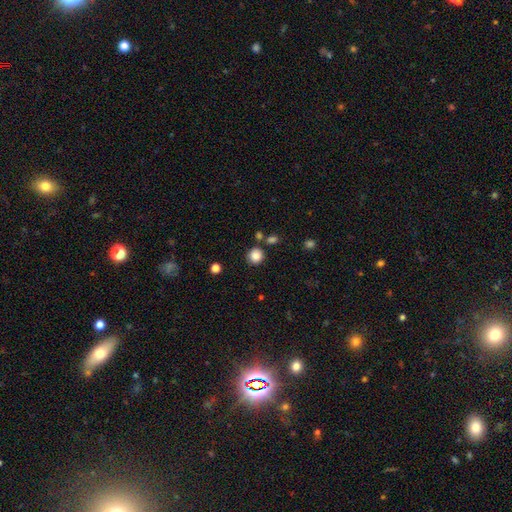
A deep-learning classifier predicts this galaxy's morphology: A smooth galaxy with no disk features (85%) that is round (90%). Merging: none (82%).